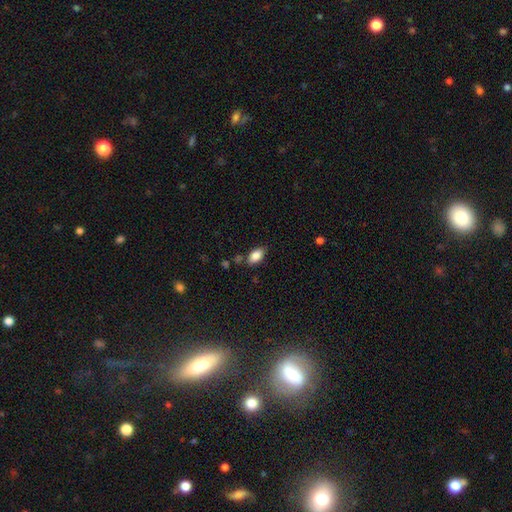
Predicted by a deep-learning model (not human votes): Overall: smooth (86%). How rounded: in between (91%). Merging: none (80%).